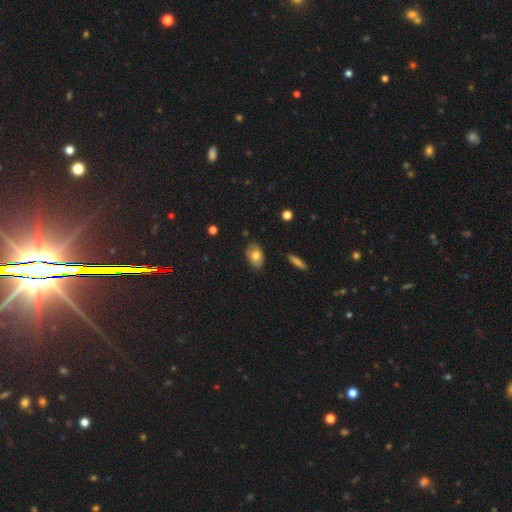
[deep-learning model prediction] Overall: smooth (72%). How rounded: in between (87%). Merging: none (82%).